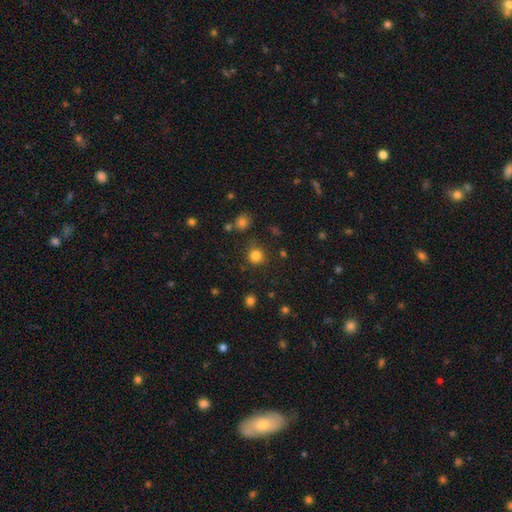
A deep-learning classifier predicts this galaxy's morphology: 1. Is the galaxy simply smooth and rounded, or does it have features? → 82% smooth, 13% star or artifact, 5% featured or disk.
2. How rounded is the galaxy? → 91% round, 8% in between, 1% cigar-shaped.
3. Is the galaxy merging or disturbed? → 82% none, 10% minor disturbance, 4% major disturbance, 4% merger.